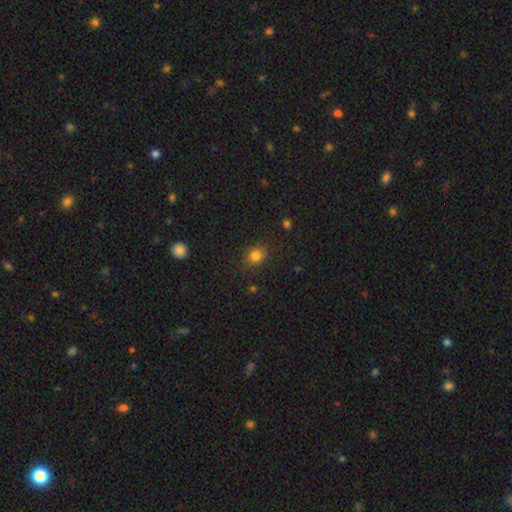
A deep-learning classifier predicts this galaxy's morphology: A smooth galaxy with no disk features (81%) that is round (68%).

Vote fractions:
- Smooth or featured? smooth: 81% / star or artifact: 14% / featured or disk: 5%
- How rounded? round: 68% / in between: 31% / cigar-shaped: 1%
- Merging? none: 85% / minor disturbance: 10% / major disturbance: 3% / merger: 2%